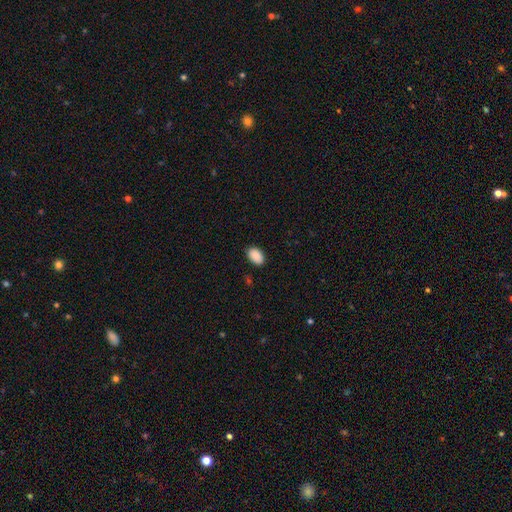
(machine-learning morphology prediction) Smooth or featured? smooth (90%)
How rounded? in between (91%)
Merging? none (87%)